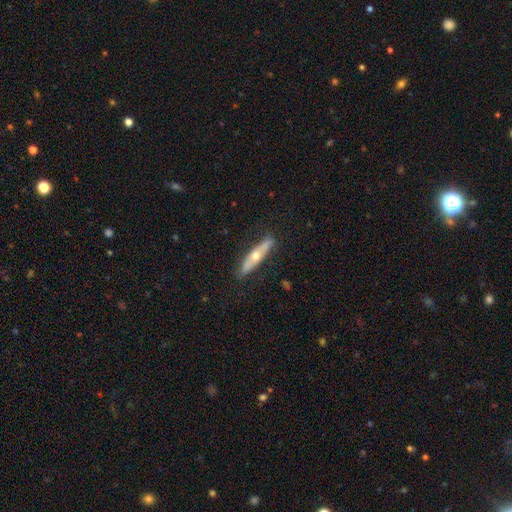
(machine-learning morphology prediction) smooth_or_featured: featured or disk (p=0.54) [alt: smooth p=0.41]
disk_edge_on: yes (p=0.77) [alt: no p=0.23]
merging: none (p=0.84) [alt: minor disturbance p=0.12]